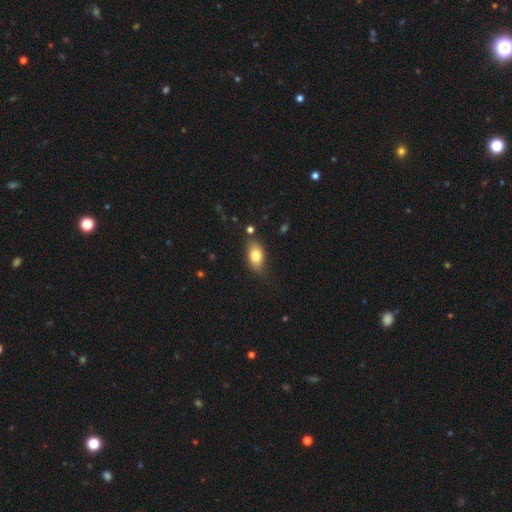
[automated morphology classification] smooth-or-featured: smooth: 79% | featured or disk: 13% | star or artifact: 8%
  how-rounded: in between: 88% | round: 8% | cigar-shaped: 4%
  merging: none: 76% | minor disturbance: 17% | major disturbance: 4% | merger: 3%